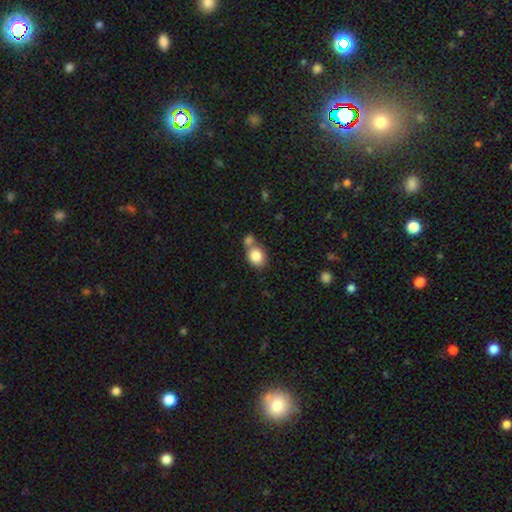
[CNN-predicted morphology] Smooth or featured?
  - smooth: 83% *
  - featured or disk: 9%
  - star or artifact: 8%
How rounded?
  - round: 51% *
  - in between: 48%
  - cigar-shaped: 1%
Merging?
  - none: 48% *
  - merger: 36%
  - minor disturbance: 12%
  - major disturbance: 4%